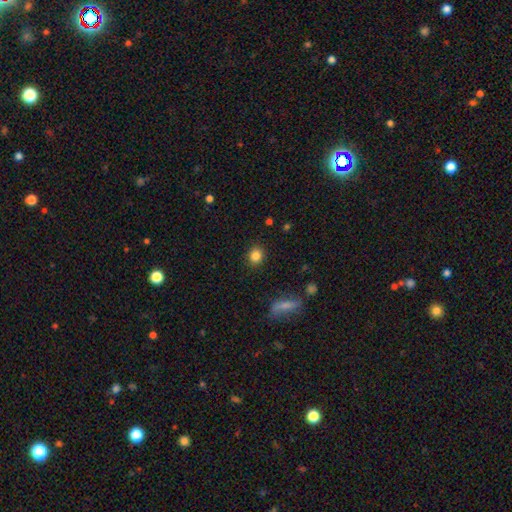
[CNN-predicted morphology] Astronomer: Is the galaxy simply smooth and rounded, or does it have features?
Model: smooth — 84%.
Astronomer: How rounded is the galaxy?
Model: round — 75%.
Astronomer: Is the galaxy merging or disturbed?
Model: none — 89%.